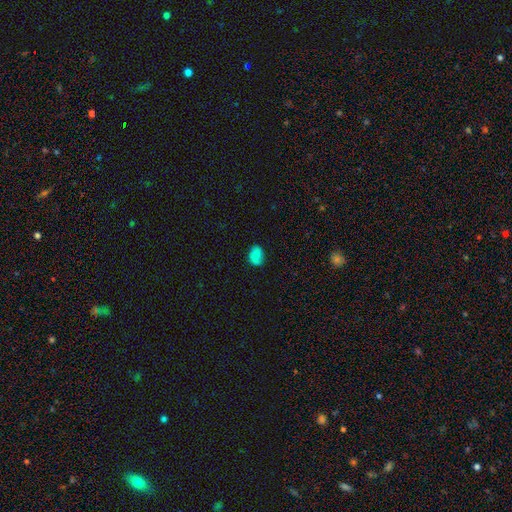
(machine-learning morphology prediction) Smooth or featured? Predicted: smooth (p=0.79). How rounded? Predicted: in between (p=0.78). Merging? Predicted: none (p=0.74).